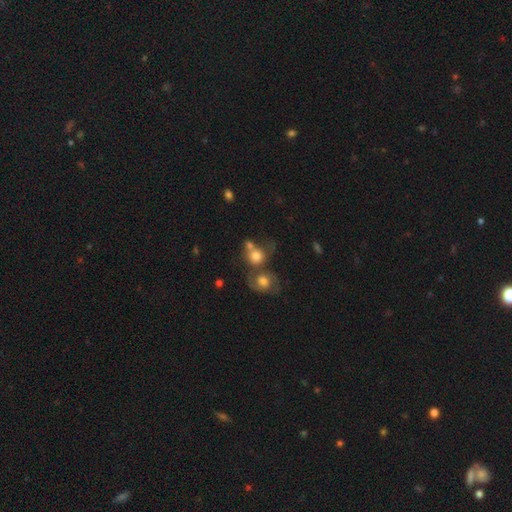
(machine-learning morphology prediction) Smooth or featured?
  - smooth: 70% *
  - featured or disk: 18%
  - star or artifact: 12%
How rounded?
  - round: 76% *
  - in between: 22%
  - cigar-shaped: 1%
Merging?
  - merger: 51% *
  - none: 30%
  - minor disturbance: 10%
  - major disturbance: 8%